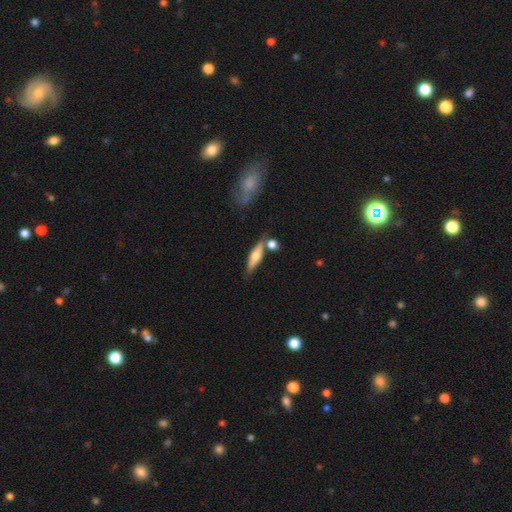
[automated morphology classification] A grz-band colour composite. It shows a smooth galaxy with no disk features (52%) that is cigar-shaped (63%). Merging: none (66%).